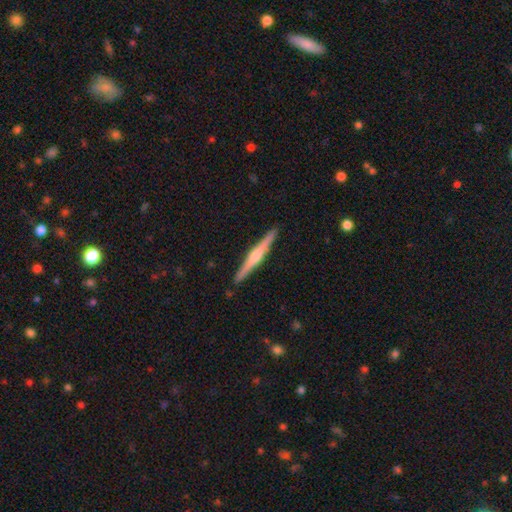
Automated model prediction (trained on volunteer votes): This appears to be a featured or disk galaxy (73%) viewed edge-on (98%) with a rounded central bulge (76%). Merging: none (92%).